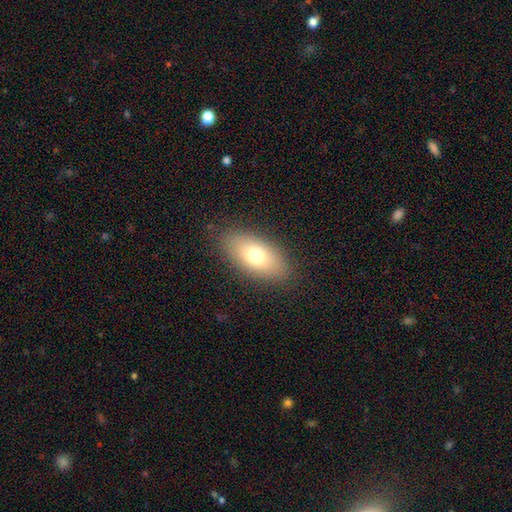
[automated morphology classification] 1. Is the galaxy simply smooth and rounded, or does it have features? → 72% smooth, 20% featured or disk, 9% star or artifact.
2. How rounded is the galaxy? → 90% in between, 6% cigar-shaped, 4% round.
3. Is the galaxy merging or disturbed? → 86% none, 10% minor disturbance, 3% major disturbance, 1% merger.